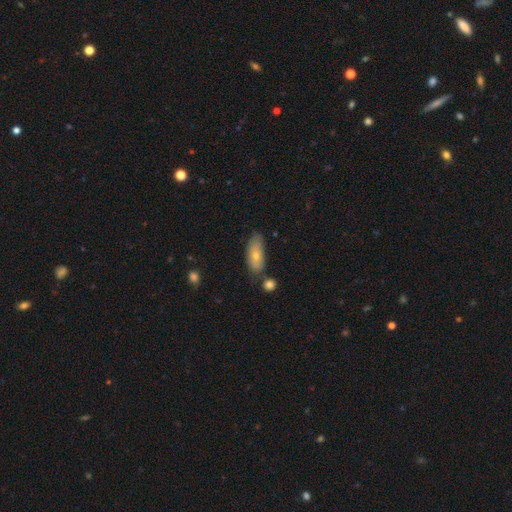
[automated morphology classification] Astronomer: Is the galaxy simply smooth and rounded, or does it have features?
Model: smooth — 68%.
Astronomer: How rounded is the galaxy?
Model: in between — 76%.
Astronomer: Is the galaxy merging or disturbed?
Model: none — 68%.